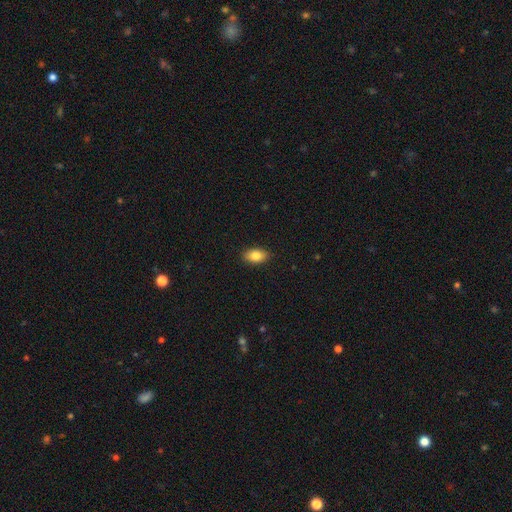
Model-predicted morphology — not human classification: Overall: smooth (84%). How rounded: in between (90%). Merging: none (88%).